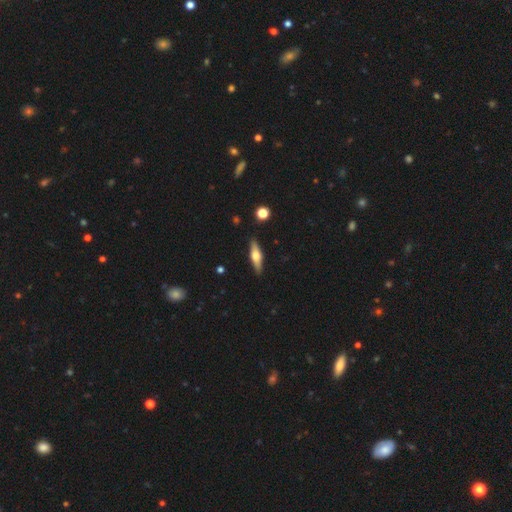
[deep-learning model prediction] Q: Smooth or featured?
A: featured or disk (54%); runner-up: smooth (40%)
Q: Edge-on disk?
A: yes (92%); runner-up: no (8%)
Q: Merging?
A: none (88%); runner-up: minor disturbance (8%)